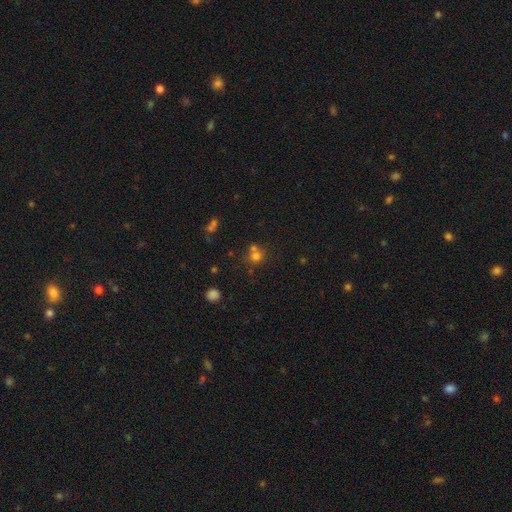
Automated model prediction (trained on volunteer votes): Smooth or featured: smooth — 69% (star or artifact — 19%)
How rounded: round — 86% (in between — 13%)
Merging: none — 51% (merger — 37%)